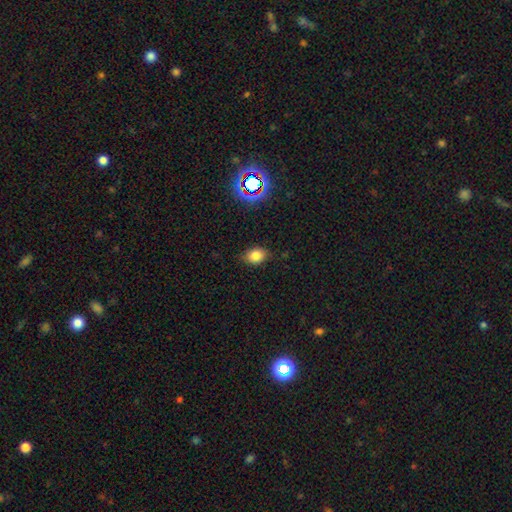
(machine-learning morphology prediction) Q: Smooth or featured?
A: smooth (79%); runner-up: star or artifact (13%)
Q: How rounded?
A: in between (72%); runner-up: round (27%)
Q: Merging?
A: none (81%); runner-up: minor disturbance (15%)